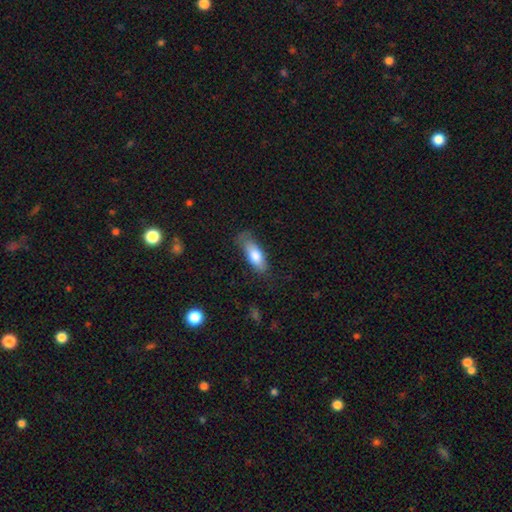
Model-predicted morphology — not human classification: Smooth or featured: smooth — 78% (featured or disk — 16%)
How rounded: in between — 69% (cigar-shaped — 29%)
Merging: none — 64% (minor disturbance — 26%)